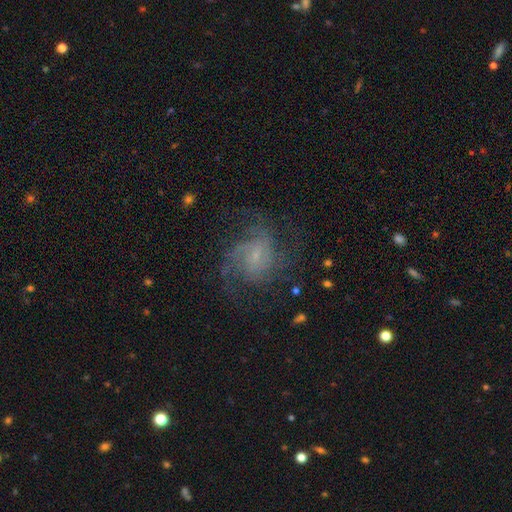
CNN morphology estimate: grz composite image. It shows a featured or disk galaxy (78%) with no bar (52%), medium (48%) spiral arms (93%) and a small central bulge (69%). Merging: none (62%).